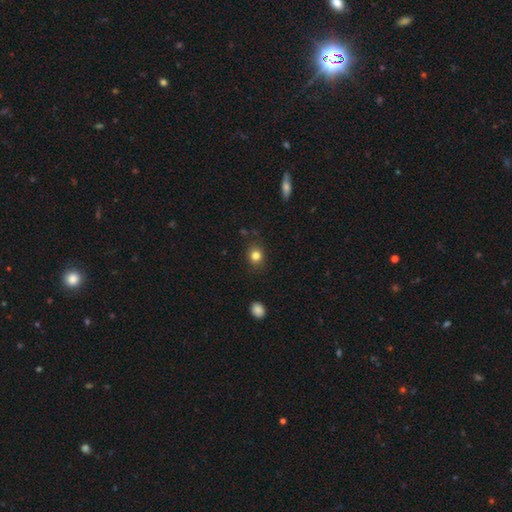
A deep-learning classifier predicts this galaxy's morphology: The model was most divided on "how rounded": round: 70%, in between: 29%, cigar-shaped: 1%. More confident: merging — none (84%); smooth or featured — smooth (81%).